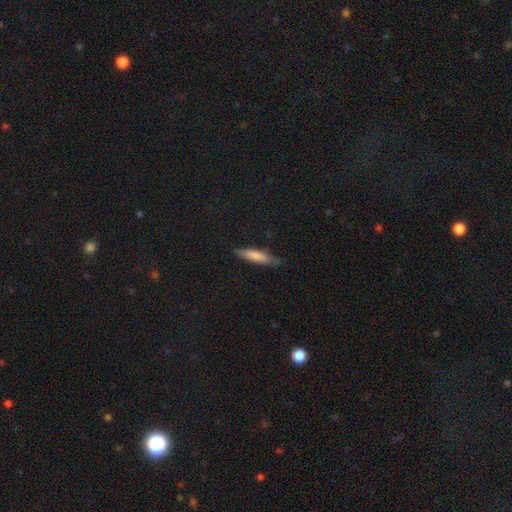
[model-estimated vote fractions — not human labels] This appears to be a smooth galaxy with no disk features (76%) that is cigar-shaped (76%). Merging: none (74%).